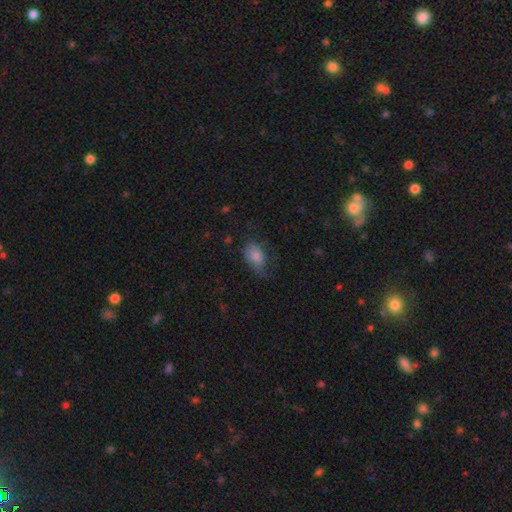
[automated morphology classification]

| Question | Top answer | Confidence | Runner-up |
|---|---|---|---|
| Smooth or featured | smooth | 80% | featured or disk (12%) |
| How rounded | in between | 88% | round (10%) |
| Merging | none | 44% | minor disturbance (34%) |